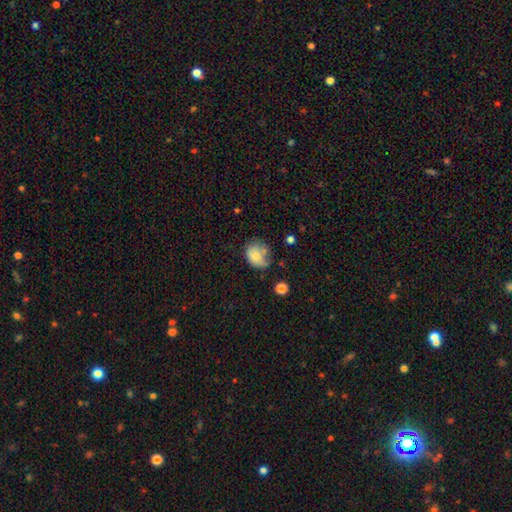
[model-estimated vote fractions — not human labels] The model was most divided on "merging": none: 36%, minor disturbance: 34%, major disturbance: 19%, merger: 11%. More confident: smooth or featured — smooth (73%); how rounded — in between (53%).